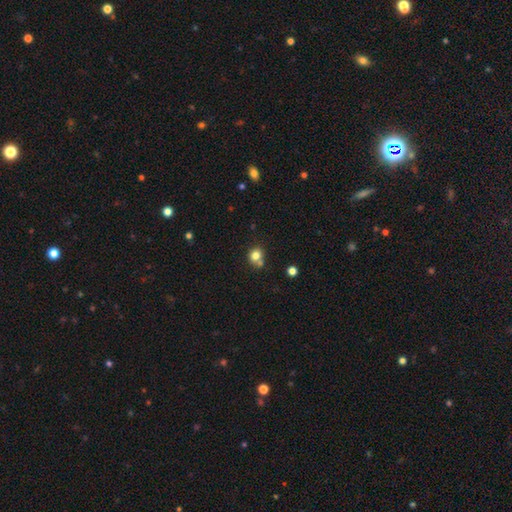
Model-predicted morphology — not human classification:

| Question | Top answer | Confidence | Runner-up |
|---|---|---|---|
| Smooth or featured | smooth | 79% | star or artifact (12%) |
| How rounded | round | 81% | in between (18%) |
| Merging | none | 56% | merger (29%) |